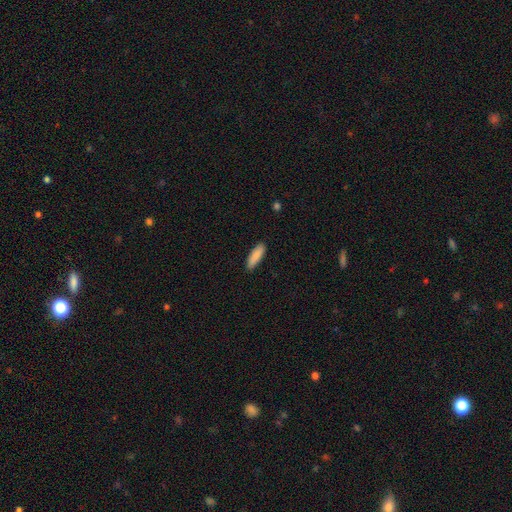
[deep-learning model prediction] Overall: smooth (88%). How rounded: cigar-shaped (52%; in between 47%). Merging: none (87%).